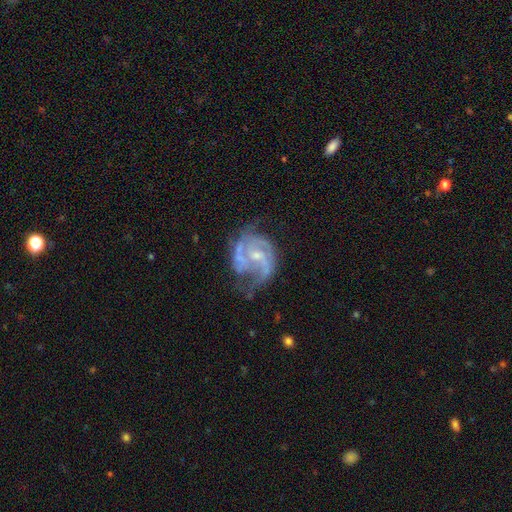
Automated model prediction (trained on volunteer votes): Smooth or featured: featured or disk — 88% (smooth — 6%)
Edge-on disk: no — 98% (yes — 2%)
Bar: no — 50% (weak — 41%)
Spiral arms: yes — 95% (no — 5%)
Spiral winding: medium — 50% (tight — 34%)
Spiral arm count: 2 — 44% (3 — 26%)
Bulge size: small — 57% (moderate — 36%)
Merging: none — 53% (minor disturbance — 24%)